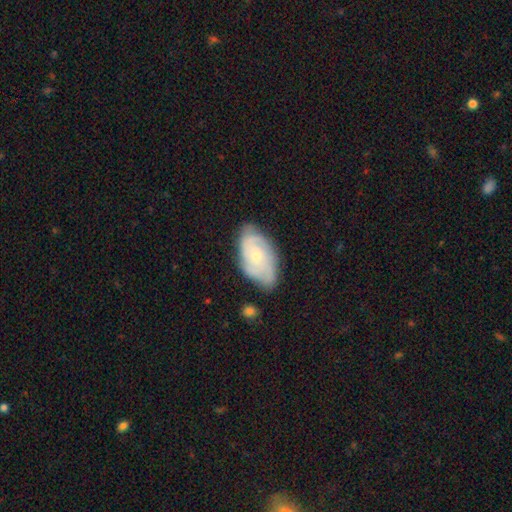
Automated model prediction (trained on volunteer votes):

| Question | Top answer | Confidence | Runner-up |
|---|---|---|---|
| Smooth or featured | featured or disk | 72% | smooth (22%) |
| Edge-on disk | no | 96% | yes (4%) |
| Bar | no | 71% | weak (25%) |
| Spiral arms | yes | 92% | no (8%) |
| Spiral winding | tight | 60% | medium (32%) |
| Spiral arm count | can't tell | 30% | 3 (28%) |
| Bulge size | small | 61% | moderate (34%) |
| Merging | none | 68% | minor disturbance (24%) |